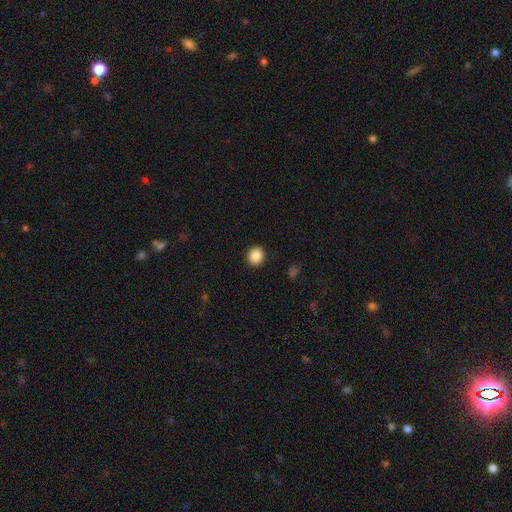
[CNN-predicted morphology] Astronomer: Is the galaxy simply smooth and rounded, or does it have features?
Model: smooth — 87%.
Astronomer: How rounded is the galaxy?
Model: round — 84%.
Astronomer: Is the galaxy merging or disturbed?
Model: none — 92%.